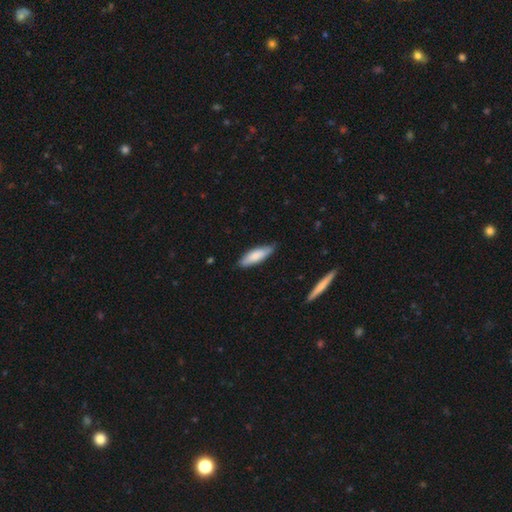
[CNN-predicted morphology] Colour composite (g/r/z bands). It shows a smooth galaxy with no disk features (79%) that is in between round and cigar-shaped (52%). Merging: none (78%).